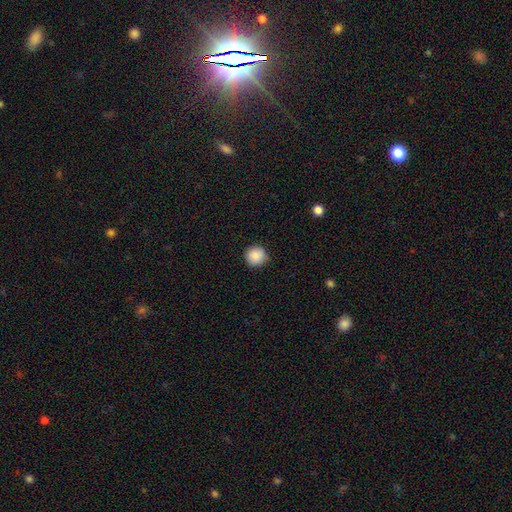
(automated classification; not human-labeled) This is clearly a smooth galaxy (88%). How rounded: clearly round (94%). Merging: clearly none (87%).